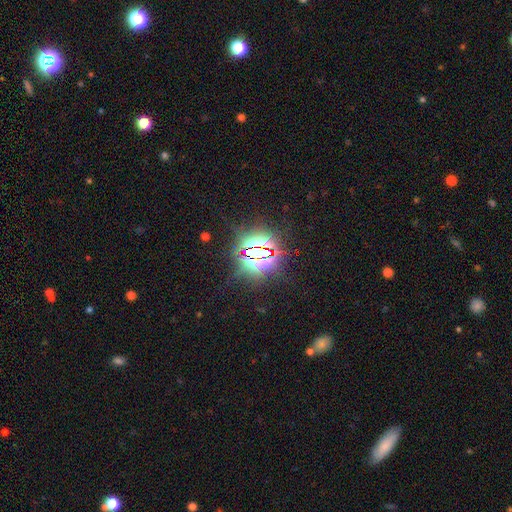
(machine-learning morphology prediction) This appears to be a star or artifact, not a galaxy (82%).